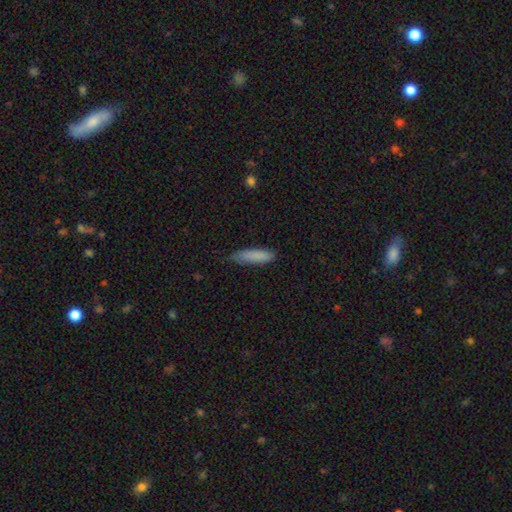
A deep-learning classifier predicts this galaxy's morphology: The model was most divided on "merging": none: 72%, minor disturbance: 23%, major disturbance: 4%, merger: 1%. More confident: smooth or featured — smooth (85%); how rounded — cigar-shaped (77%).